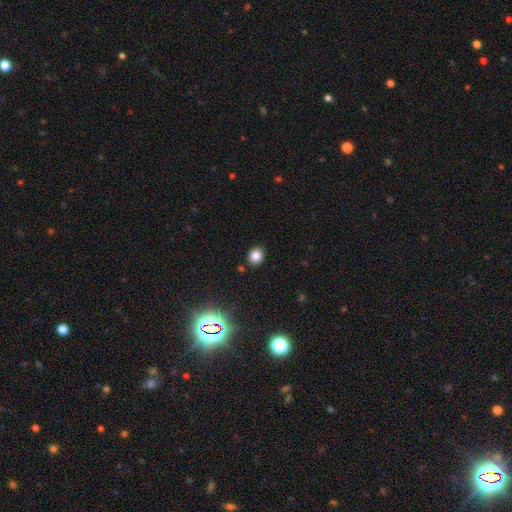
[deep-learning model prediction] Overall: smooth (81%). How rounded: round (70%). Merging: none (88%).